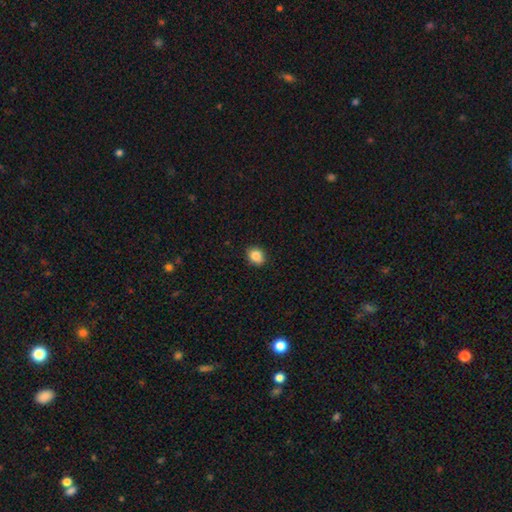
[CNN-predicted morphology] type=smooth (85%); roundness=round (59%); merging=none (87%).